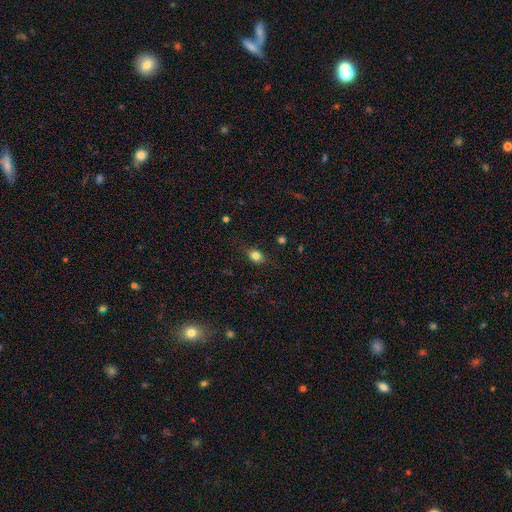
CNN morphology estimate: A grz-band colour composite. It shows a smooth galaxy with no disk features (79%) that is in between round and cigar-shaped (54%). Merging: none (79%).